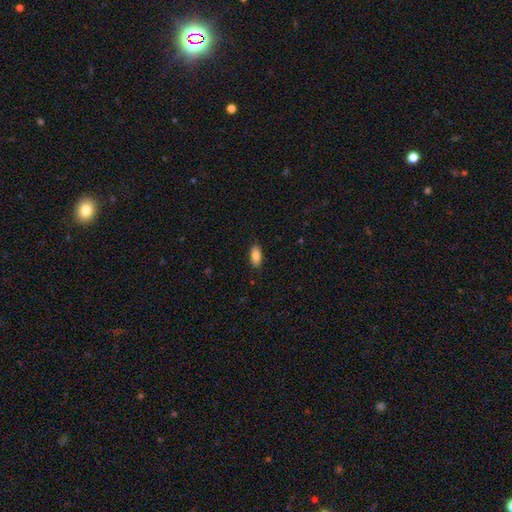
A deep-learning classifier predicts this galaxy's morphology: Q: Smooth or featured?
A: smooth (85%); runner-up: featured or disk (8%)
Q: How rounded?
A: in between (89%); runner-up: cigar-shaped (9%)
Q: Merging?
A: none (87%); runner-up: minor disturbance (10%)